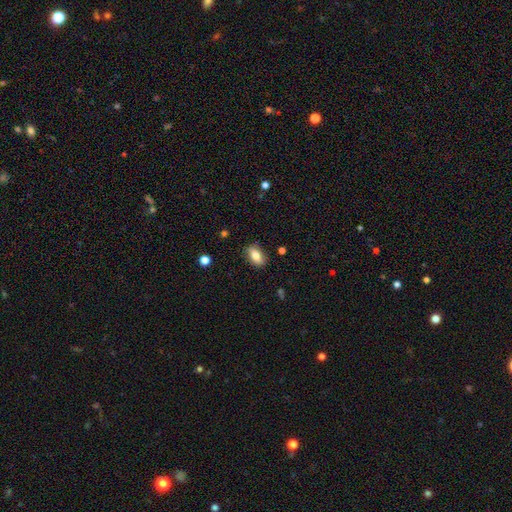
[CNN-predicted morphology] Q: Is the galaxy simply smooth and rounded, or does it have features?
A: smooth — 79%.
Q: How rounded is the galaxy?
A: in between — 87%.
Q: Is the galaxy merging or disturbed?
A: none — 84%.